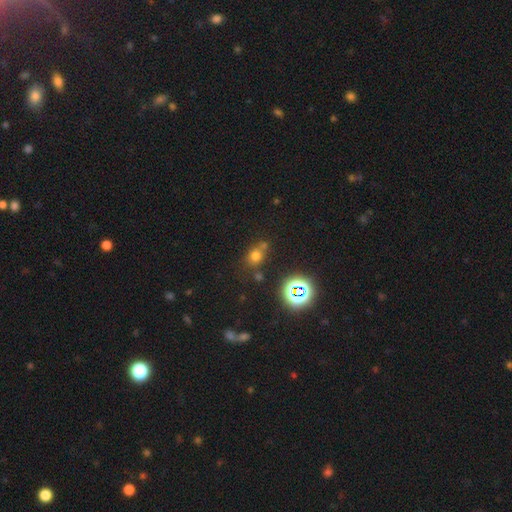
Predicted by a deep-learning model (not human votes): Q: Smooth or featured?
A: smooth (63%); runner-up: star or artifact (27%)
Q: How rounded?
A: round (68%); runner-up: in between (31%)
Q: Merging?
A: none (61%); runner-up: merger (19%)